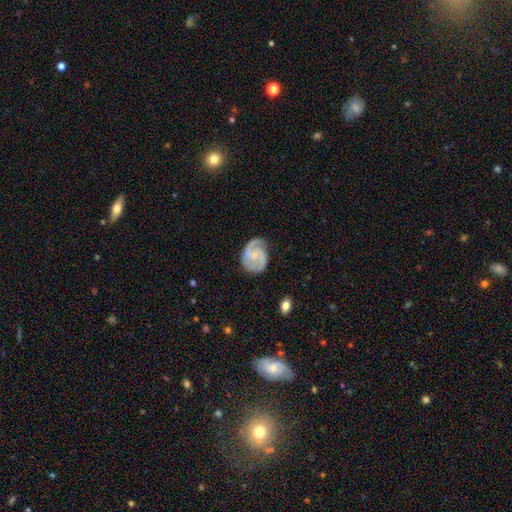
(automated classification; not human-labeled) This is clearly a featured or disk galaxy (85%). It is clearly not viewed edge-on (98%). Bar: possibly no (52%). Spiral arm pattern: clearly yes (97%). Spiral arm count: likely 2 (80%). Spiral winding: possibly medium (48%). Central bulge: possibly small (49%). Merging: likely none (75%).